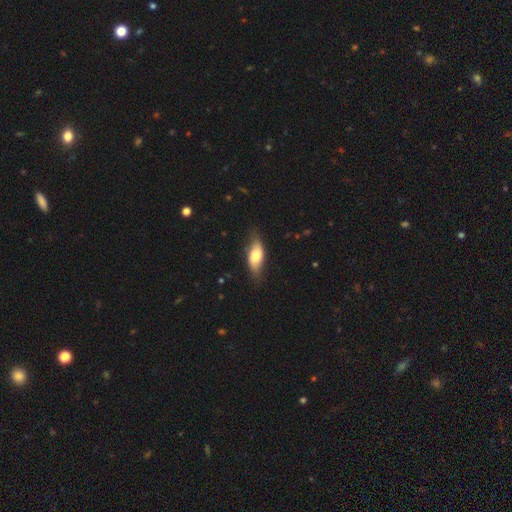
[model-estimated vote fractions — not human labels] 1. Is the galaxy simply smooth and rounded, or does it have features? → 64% smooth, 30% featured or disk, 6% star or artifact.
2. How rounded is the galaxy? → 80% in between, 17% cigar-shaped, 3% round.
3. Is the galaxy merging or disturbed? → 71% none, 23% minor disturbance, 5% major disturbance, 1% merger.